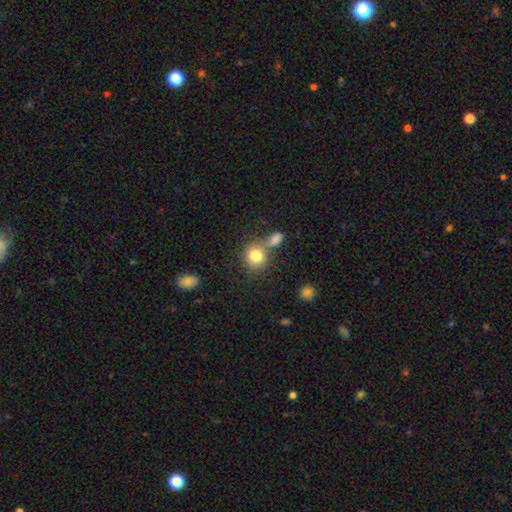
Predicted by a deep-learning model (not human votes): This is clearly a smooth galaxy (82%). How rounded: clearly round (83%). Merging: possibly none (52%).